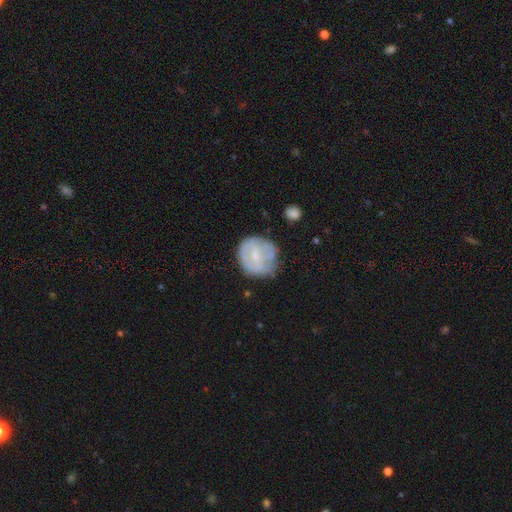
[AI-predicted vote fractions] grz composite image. It shows a smooth galaxy with no disk features (47%). Merging: none (54%).